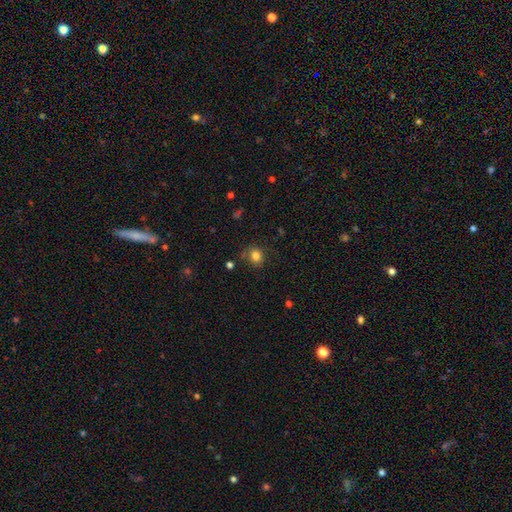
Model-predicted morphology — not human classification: The model was most divided on "how rounded": round: 72%, in between: 27%, cigar-shaped: 1%. More confident: smooth or featured — smooth (82%); merging — none (77%).